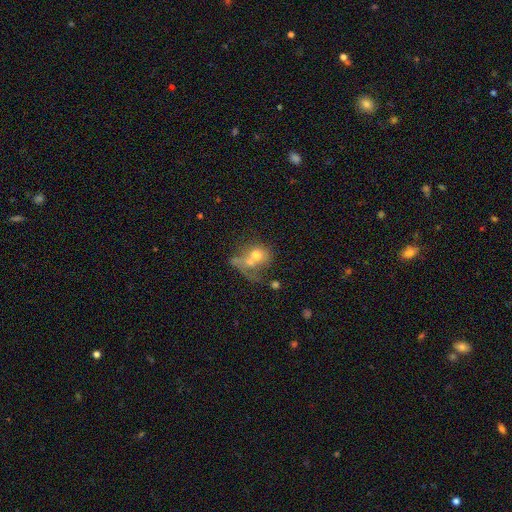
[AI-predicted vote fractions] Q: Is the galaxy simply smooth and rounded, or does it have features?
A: smooth — 57%.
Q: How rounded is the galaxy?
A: round — 61%.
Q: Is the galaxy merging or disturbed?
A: merger — 58%.